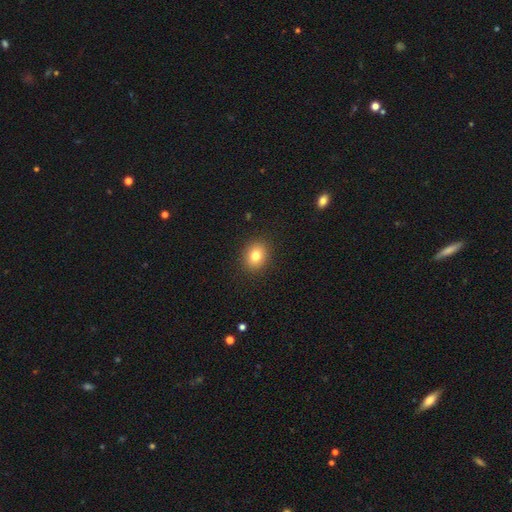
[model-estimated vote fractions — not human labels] smooth-or-featured: smooth: 79% | star or artifact: 11% | featured or disk: 9%
  how-rounded: round: 60% | in between: 40% | cigar-shaped: 1%
  merging: none: 90% | minor disturbance: 7% | major disturbance: 2% | merger: 1%